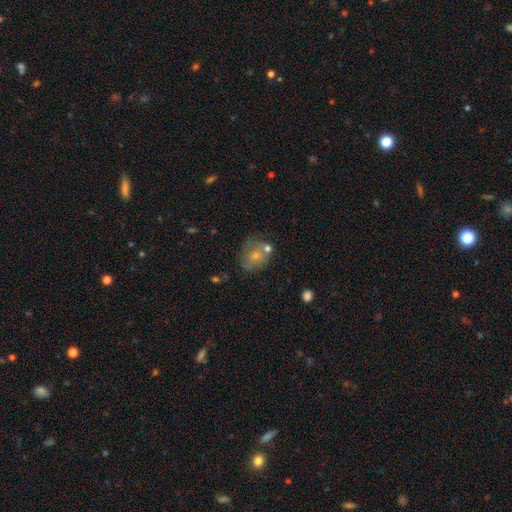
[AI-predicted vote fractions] This appears to be a smooth galaxy with no disk features (49%). Merging: none (61%).